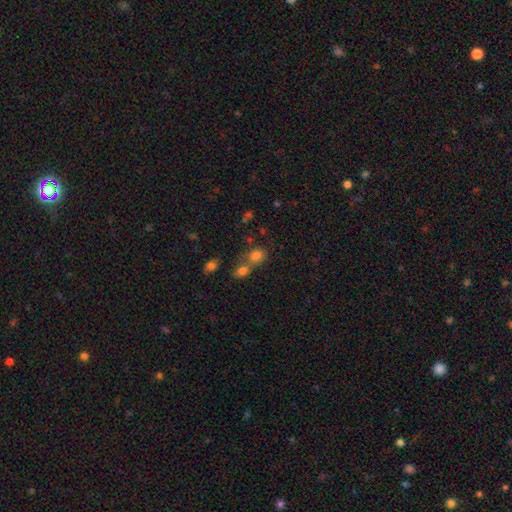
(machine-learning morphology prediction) A smooth galaxy with no disk features (78%) that is in between round and cigar-shaped (53%). Merging: merger (47%).